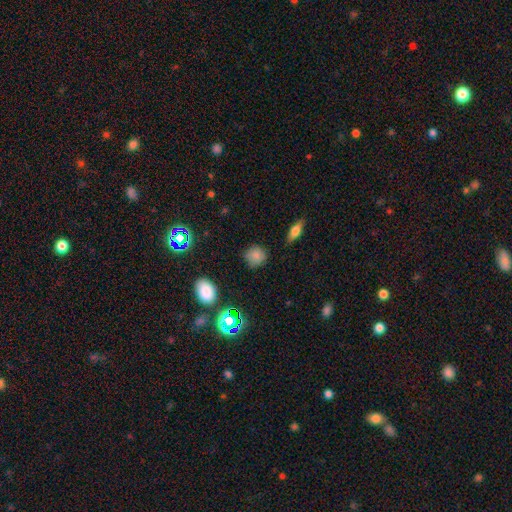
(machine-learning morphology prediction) A smooth galaxy with no disk features (79%) that is round (83%). Merging: none (77%).